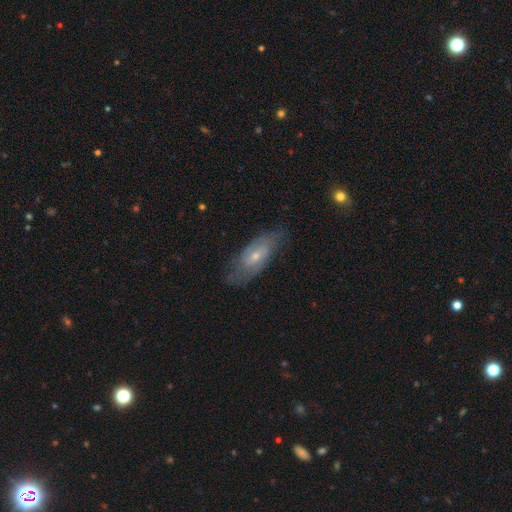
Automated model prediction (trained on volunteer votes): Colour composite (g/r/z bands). It shows a featured or disk galaxy (66%) with a weak bar (47%), spiral arms (82%) and a small central bulge (52%). Merging: none (69%).